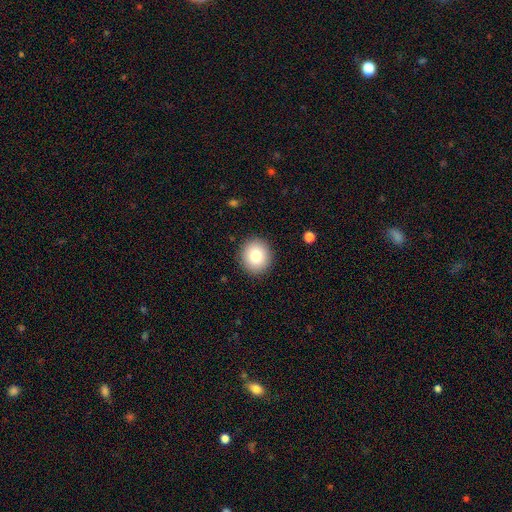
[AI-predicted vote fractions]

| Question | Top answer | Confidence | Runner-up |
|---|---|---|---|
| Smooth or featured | smooth | 80% | featured or disk (10%) |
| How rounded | round | 87% | in between (12%) |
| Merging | none | 91% | minor disturbance (6%) |